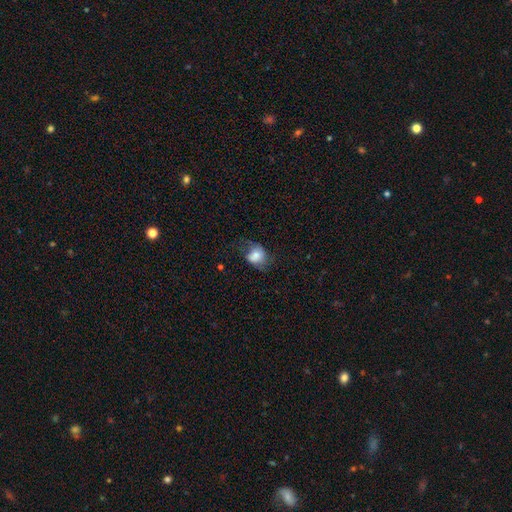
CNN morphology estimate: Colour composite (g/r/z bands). It shows a smooth galaxy with no disk features (69%) that is in between round and cigar-shaped (49%, tied with round). Merging: none (51%).